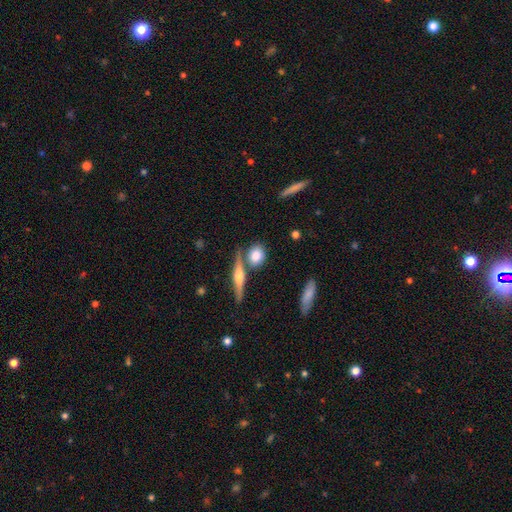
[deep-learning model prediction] Overall: smooth (73%). How rounded: round (65%; in between 27%). Merging: none (66%).